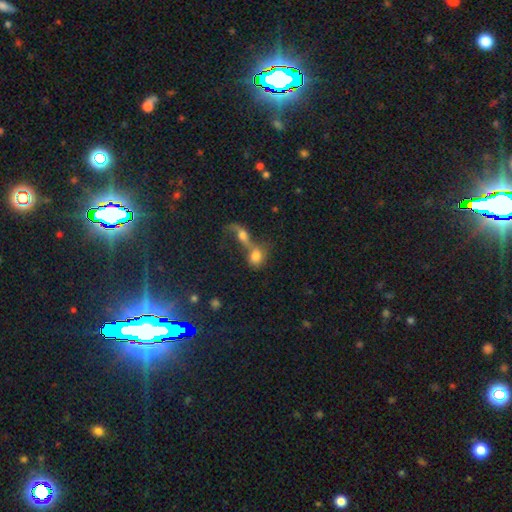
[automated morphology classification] smooth-or-featured: smooth: 69% | featured or disk: 20% | star or artifact: 11%
  how-rounded: in between: 63% | round: 33% | cigar-shaped: 4%
  merging: merger: 69% | none: 18% | major disturbance: 6% | minor disturbance: 6%